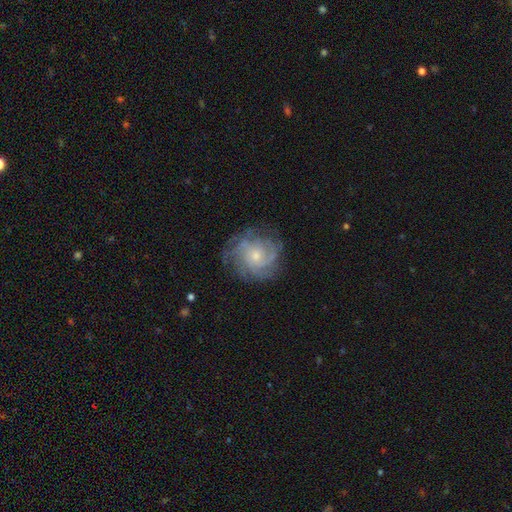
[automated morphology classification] Smooth or featured: featured or disk — 77% (smooth — 15%)
Edge-on disk: no — 98% (yes — 2%)
Bar: no — 79% (weak — 18%)
Spiral arms: yes — 92% (no — 8%)
Spiral winding: tight — 61% (medium — 30%)
Spiral arm count: can't tell — 39% (4 — 20%)
Bulge size: small — 58% (moderate — 36%)
Merging: none — 73% (minor disturbance — 17%)